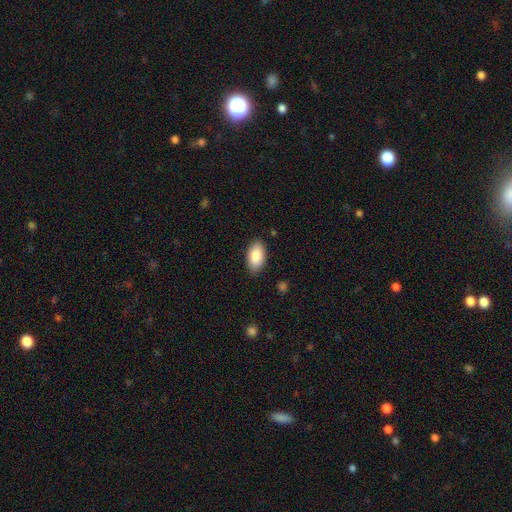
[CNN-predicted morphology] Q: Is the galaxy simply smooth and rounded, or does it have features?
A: smooth — 86%.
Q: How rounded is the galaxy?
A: in between — 94%.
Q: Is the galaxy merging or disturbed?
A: none — 86%.